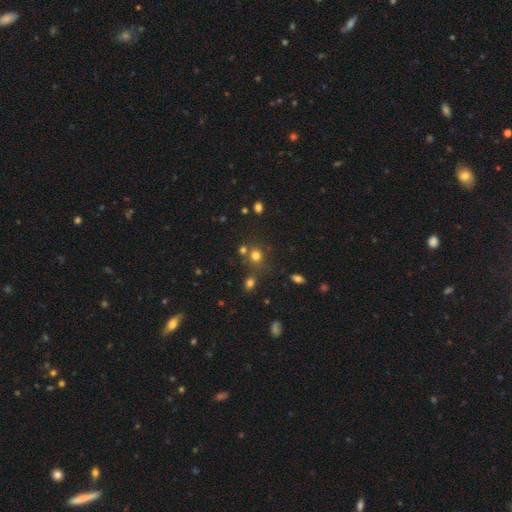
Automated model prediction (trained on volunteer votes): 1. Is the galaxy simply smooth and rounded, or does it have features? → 72% smooth, 19% star or artifact, 8% featured or disk.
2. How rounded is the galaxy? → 83% round, 16% in between, 1% cigar-shaped.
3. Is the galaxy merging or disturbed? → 66% none, 18% merger, 11% minor disturbance, 5% major disturbance.